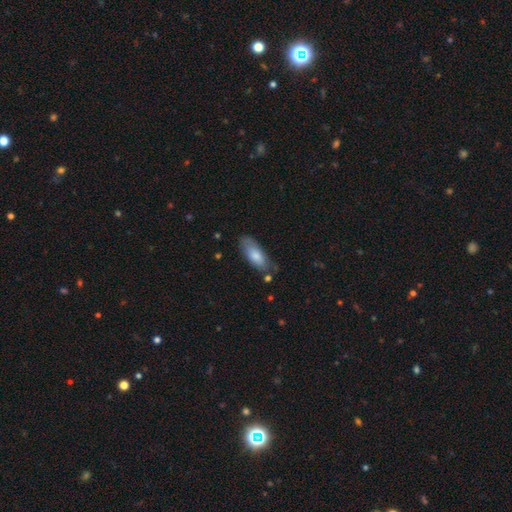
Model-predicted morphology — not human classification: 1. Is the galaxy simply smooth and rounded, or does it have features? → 76% smooth, 19% featured or disk, 6% star or artifact.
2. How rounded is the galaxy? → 78% in between, 20% cigar-shaped, 2% round.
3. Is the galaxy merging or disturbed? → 61% none, 27% minor disturbance, 7% major disturbance, 4% merger.